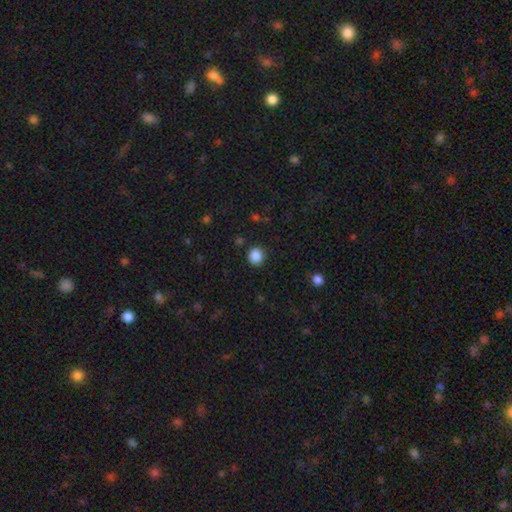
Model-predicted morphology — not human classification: smooth 87%, star or artifact 10%, featured or disk 3%. Down the decision tree: how rounded — round (88%); merging — none (89%).